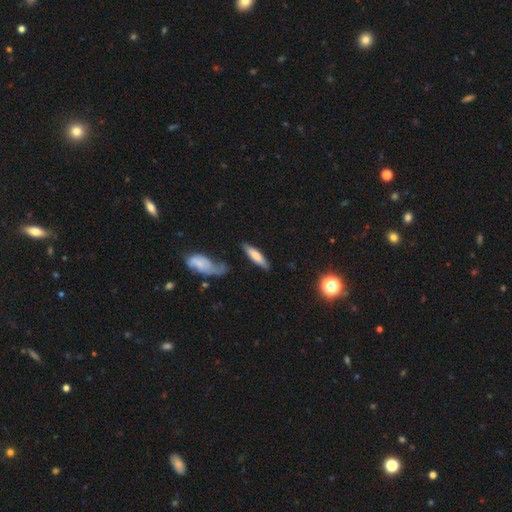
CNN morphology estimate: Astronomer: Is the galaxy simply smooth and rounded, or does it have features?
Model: smooth — 67%.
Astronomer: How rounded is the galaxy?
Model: cigar-shaped — 70%.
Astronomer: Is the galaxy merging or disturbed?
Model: none — 70%.